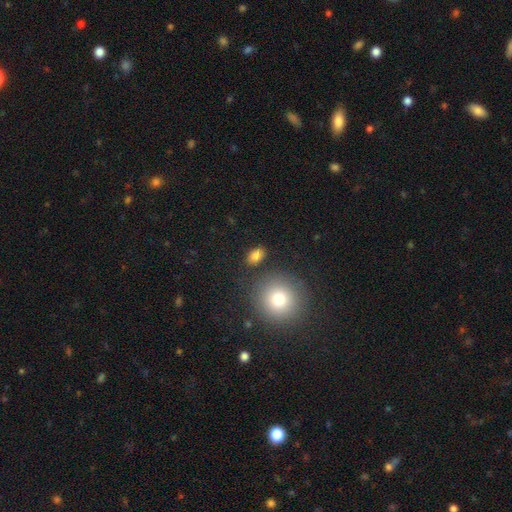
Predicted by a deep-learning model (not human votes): This appears to be a smooth galaxy with no disk features (83%) that is in between round and cigar-shaped (79%). Merging: none (82%).